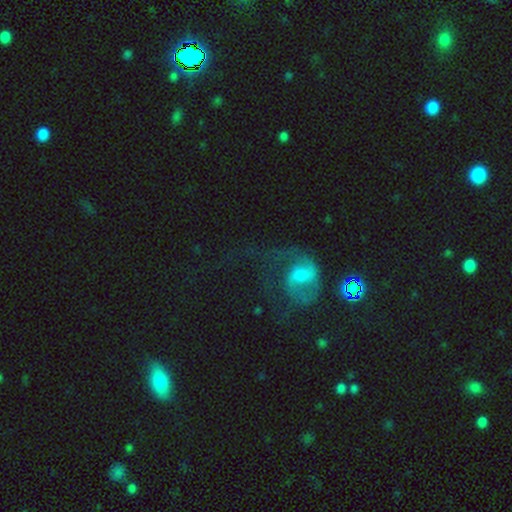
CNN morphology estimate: Q: Smooth or featured?
A: featured or disk (68%); runner-up: star or artifact (18%)
Q: Edge-on disk?
A: no (96%); runner-up: yes (4%)
Q: Bar?
A: no (46%); runner-up: weak (41%)
Q: Spiral arms?
A: yes (86%); runner-up: no (14%)
Q: Spiral winding?
A: medium (44%); runner-up: loose (36%)
Q: Spiral arm count?
A: 2 (61%); runner-up: 1 (20%)
Q: Bulge size?
A: moderate (49%); runner-up: small (39%)
Q: Merging?
A: none (47%); runner-up: major disturbance (33%)